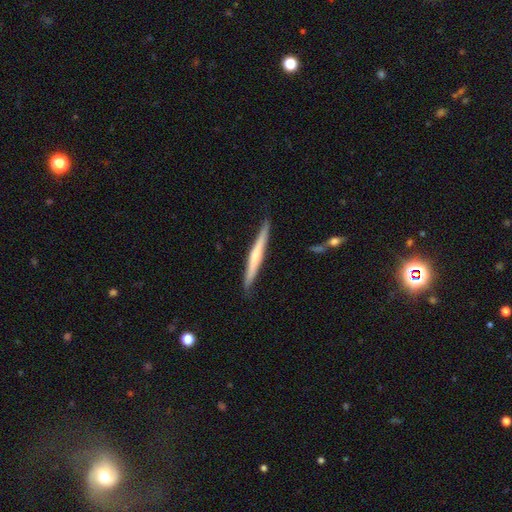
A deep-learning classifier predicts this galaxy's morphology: Smooth or featured? featured or disk (49%)
Merging? none (87%)